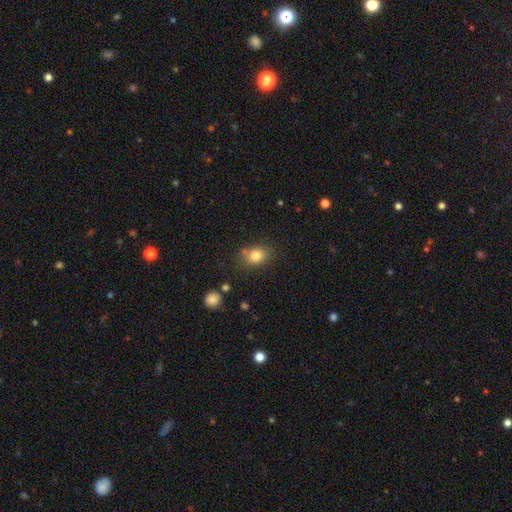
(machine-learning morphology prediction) smooth 81%, star or artifact 11%, featured or disk 8%. Down the decision tree: how rounded — in between (57%); merging — none (73%).